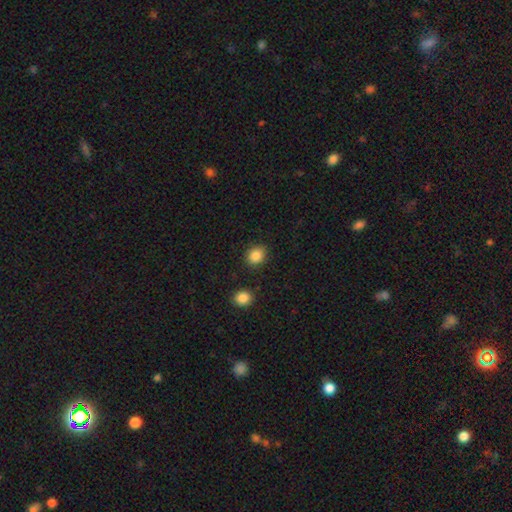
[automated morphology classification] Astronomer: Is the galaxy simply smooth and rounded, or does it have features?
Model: smooth — 87%.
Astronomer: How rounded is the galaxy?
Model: round — 65%.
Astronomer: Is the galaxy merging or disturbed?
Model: none — 86%.